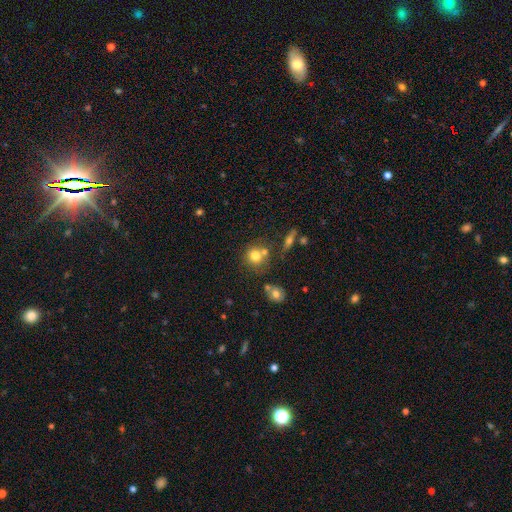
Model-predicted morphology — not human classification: Smooth or featured? Predicted: smooth (p=0.74). How rounded? Predicted: round (p=0.85). Merging? Predicted: none (p=0.59).